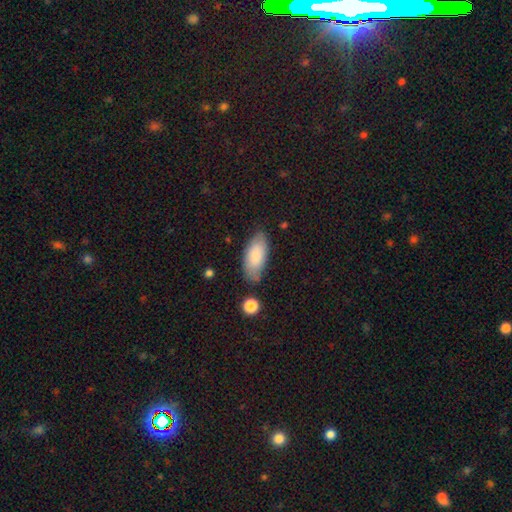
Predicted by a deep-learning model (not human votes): smooth 83%, featured or disk 11%, star or artifact 6%. Down the decision tree: how rounded — in between (90%); merging — none (74%).